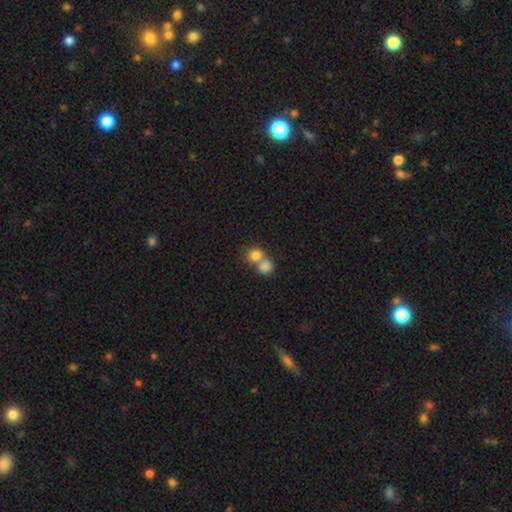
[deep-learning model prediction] Smooth or featured? Predicted: smooth (p=0.80). How rounded? Predicted: round (p=0.73). Merging? Predicted: merger (p=0.62).